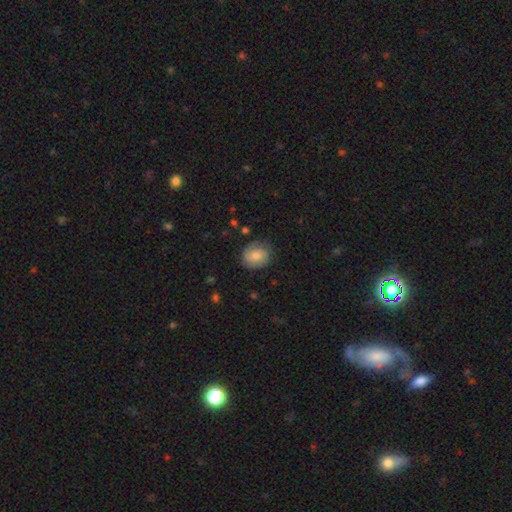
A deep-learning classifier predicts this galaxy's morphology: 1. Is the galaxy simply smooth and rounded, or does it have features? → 50% smooth, 42% featured or disk, 8% star or artifact.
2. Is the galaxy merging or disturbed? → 75% none, 18% minor disturbance, 6% major disturbance, 1% merger.